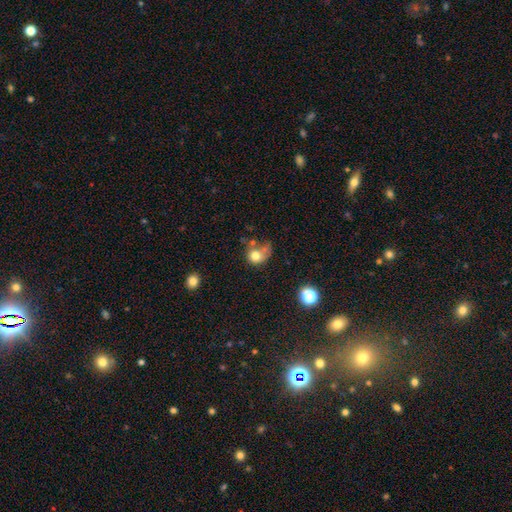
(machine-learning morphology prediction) Smooth or featured?
  - smooth: 74% *
  - featured or disk: 15%
  - star or artifact: 11%
How rounded?
  - round: 65% *
  - in between: 34%
  - cigar-shaped: 1%
Merging?
  - none: 27% * (tied)
  - merger: 27% * (tied)
  - major disturbance: 25%
  - minor disturbance: 21%